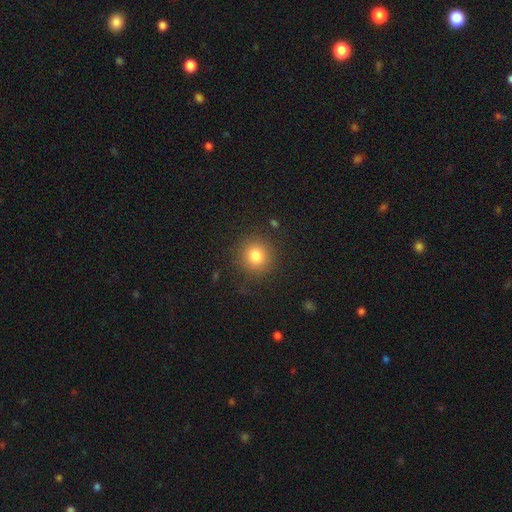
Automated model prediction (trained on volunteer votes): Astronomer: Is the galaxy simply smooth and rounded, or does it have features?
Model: smooth — 81%.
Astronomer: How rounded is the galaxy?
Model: round — 92%.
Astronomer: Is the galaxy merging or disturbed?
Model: none — 87%.